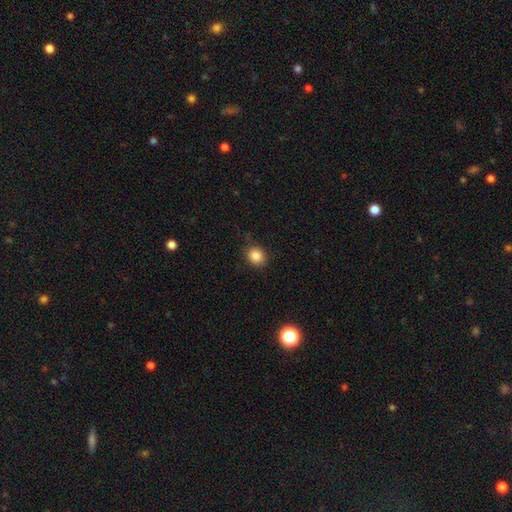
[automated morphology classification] This is clearly a smooth galaxy (86%). How rounded: likely round (71%). Merging: clearly none (83%).